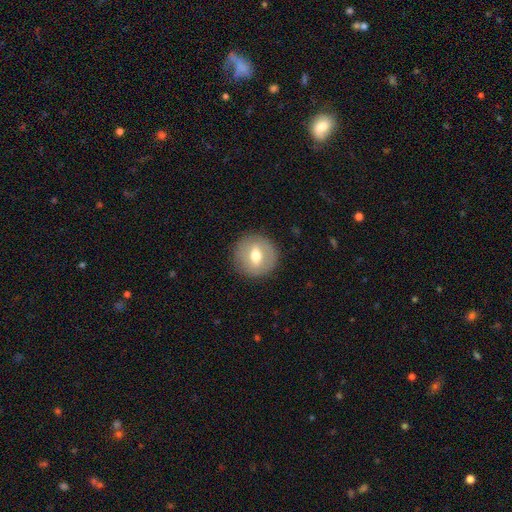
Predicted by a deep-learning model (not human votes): smooth 54%, featured or disk 38%, star or artifact 8%. Down the decision tree: how rounded — round (90%); merging — none (88%).